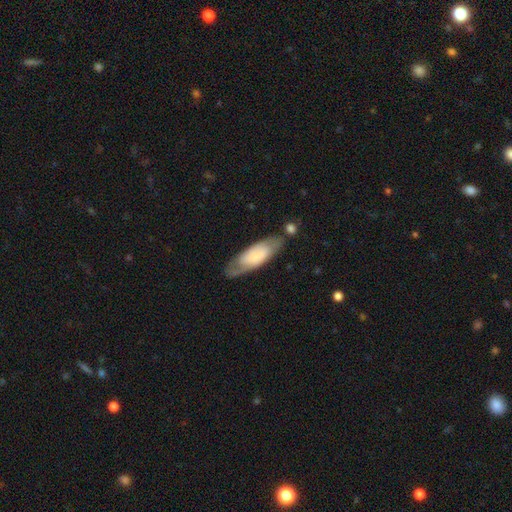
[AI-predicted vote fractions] Morphology: type=smooth (54%); roundness=in between (63%); merging=none (66%).